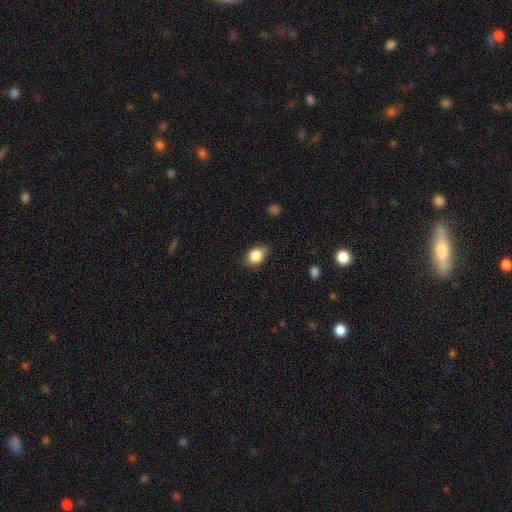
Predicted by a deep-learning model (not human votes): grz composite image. It shows a smooth galaxy with no disk features (85%) that is in between round and cigar-shaped (64%). Merging: none (72%).